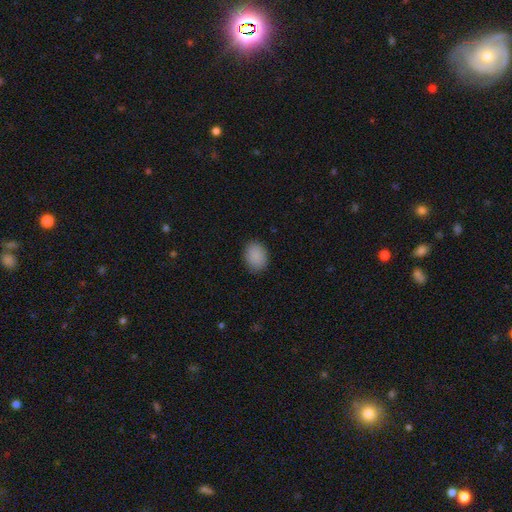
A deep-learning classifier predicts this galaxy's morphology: Smooth or featured?
  - smooth: 89% *
  - star or artifact: 8%
  - featured or disk: 3%
How rounded?
  - in between: 61% *
  - round: 38%
  - cigar-shaped: 1%
Merging?
  - none: 86% *
  - minor disturbance: 10%
  - major disturbance: 3%
  - merger: 1%